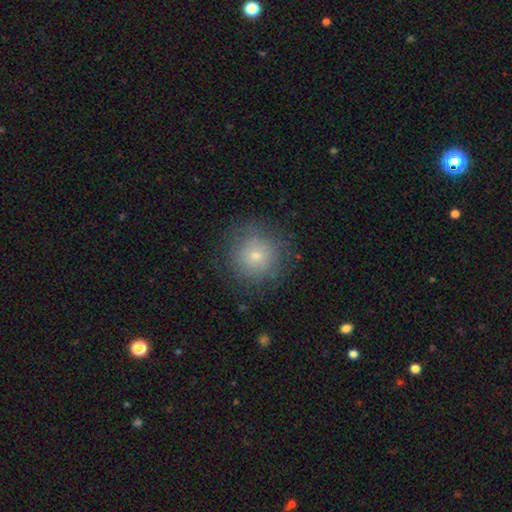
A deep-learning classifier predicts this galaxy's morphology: Smooth or featured? smooth (71%)
How rounded? round (93%)
Merging? none (80%)